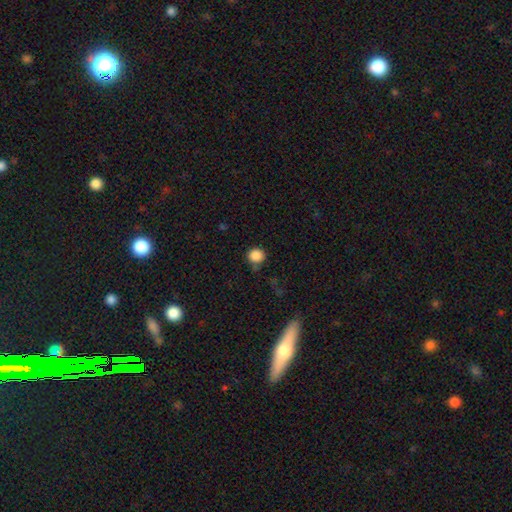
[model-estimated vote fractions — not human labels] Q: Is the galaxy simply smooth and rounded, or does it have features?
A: smooth — 87%.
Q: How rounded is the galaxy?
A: round — 90%.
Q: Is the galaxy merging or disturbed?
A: none — 78%.